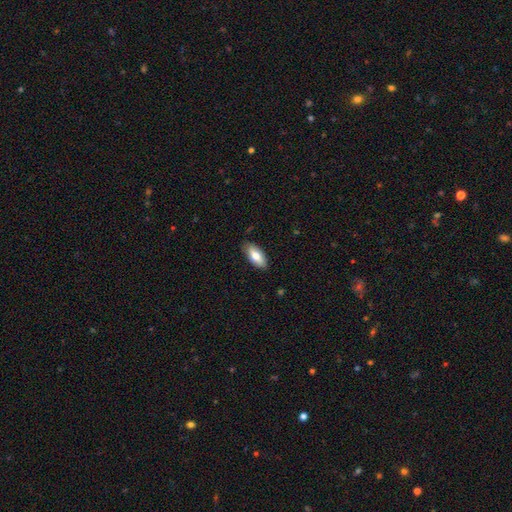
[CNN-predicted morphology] type=smooth (73%); roundness=in between (86%); merging=none (85%).